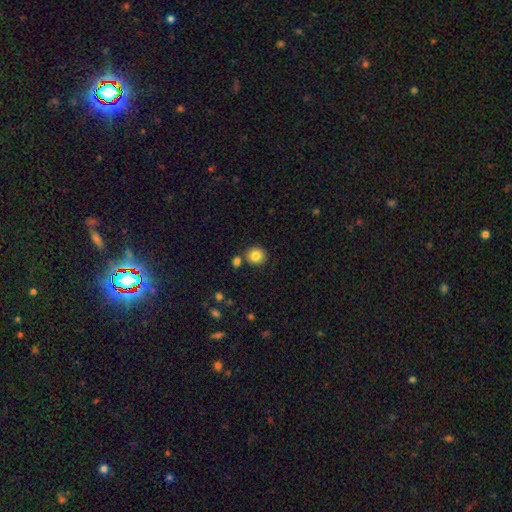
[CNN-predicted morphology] smooth-or-featured: smooth: 83% | star or artifact: 10% | featured or disk: 7%
  how-rounded: round: 85% | in between: 14% | cigar-shaped: 1%
  merging: none: 74% | merger: 14% | minor disturbance: 9% | major disturbance: 2%